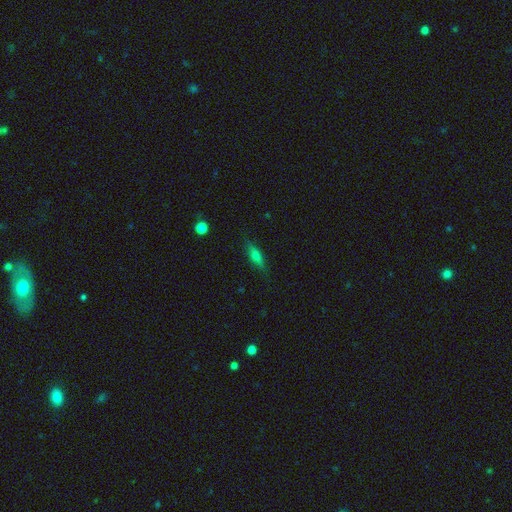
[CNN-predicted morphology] This is possibly a smooth galaxy (50%). How rounded: possibly cigar-shaped (58%). Merging: clearly none (83%).